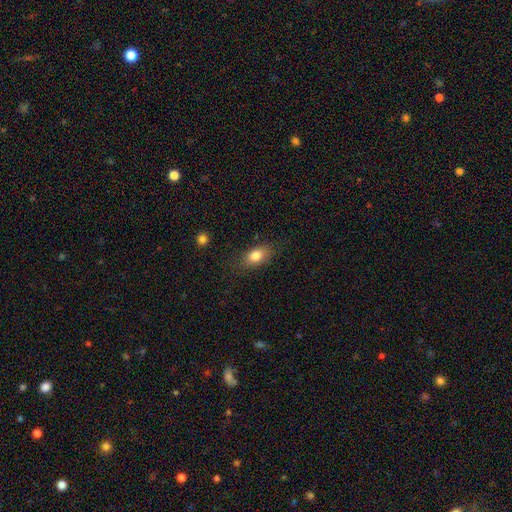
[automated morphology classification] This is clearly a smooth galaxy (82%). How rounded: clearly in between (84%). Merging: likely none (79%).